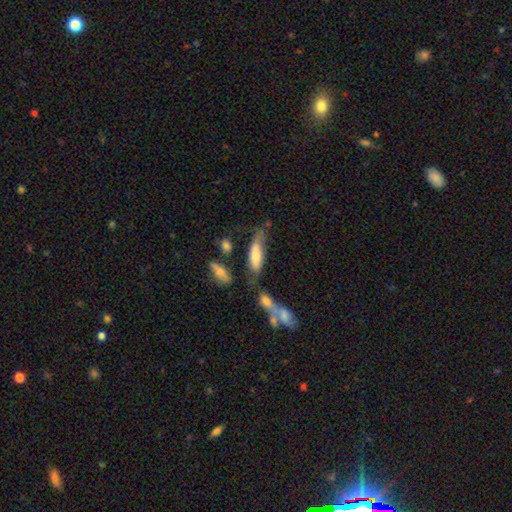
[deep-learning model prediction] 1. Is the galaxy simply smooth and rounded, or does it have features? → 63% smooth, 30% featured or disk, 7% star or artifact.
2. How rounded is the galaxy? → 51% in between, 47% cigar-shaped, 2% round.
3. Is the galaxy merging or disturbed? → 37% none, 26% minor disturbance, 21% merger, 16% major disturbance.